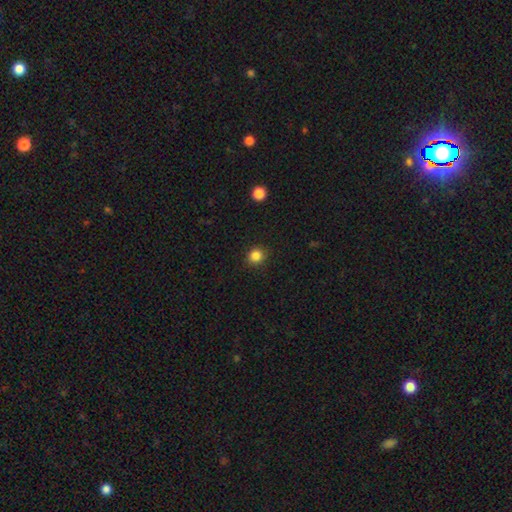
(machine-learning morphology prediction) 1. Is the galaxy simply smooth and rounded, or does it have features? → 85% smooth, 12% star or artifact, 3% featured or disk.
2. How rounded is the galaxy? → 87% round, 12% in between, 1% cigar-shaped.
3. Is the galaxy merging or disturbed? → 90% none, 7% minor disturbance, 2% major disturbance, 1% merger.